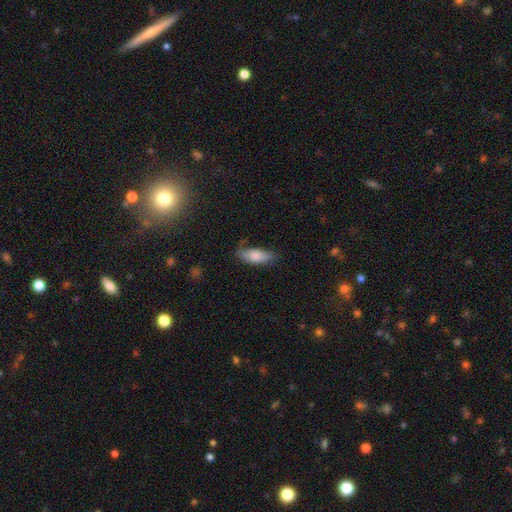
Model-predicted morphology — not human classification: smooth 78%, featured or disk 16%, star or artifact 7%. Down the decision tree: how rounded — in between (77%); merging — none (58%).